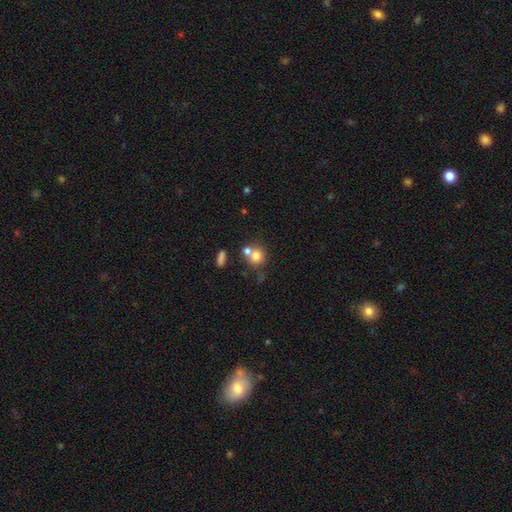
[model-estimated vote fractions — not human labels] smooth-or-featured: smooth: 74% | featured or disk: 14% | star or artifact: 12%
  how-rounded: round: 83% | in between: 16% | cigar-shaped: 1%
  merging: none: 46% | merger: 42% | minor disturbance: 9% | major disturbance: 4%